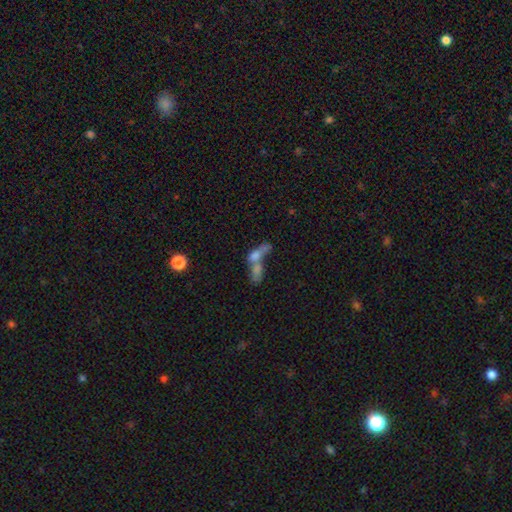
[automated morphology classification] A smooth galaxy with no disk features (60%) that is in between round and cigar-shaped (62%).

Vote fractions:
- Smooth or featured? smooth: 60% / featured or disk: 29% / star or artifact: 12%
- How rounded? in between: 62% / cigar-shaped: 27% / round: 11%
- Merging? merger: 72% / none: 13% / major disturbance: 9% / minor disturbance: 6%